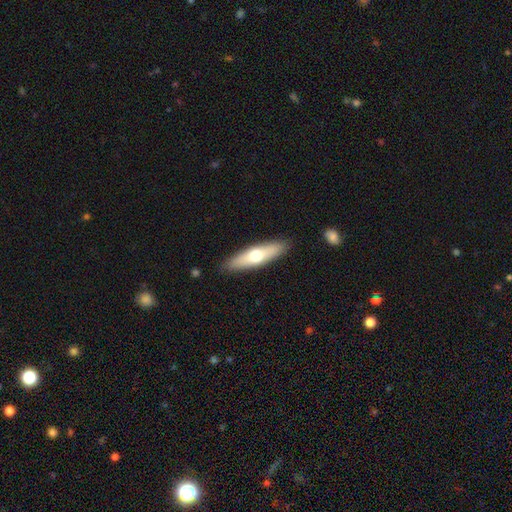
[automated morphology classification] A smooth galaxy with no disk features (58%) that is cigar-shaped (68%). Merging: none (89%).